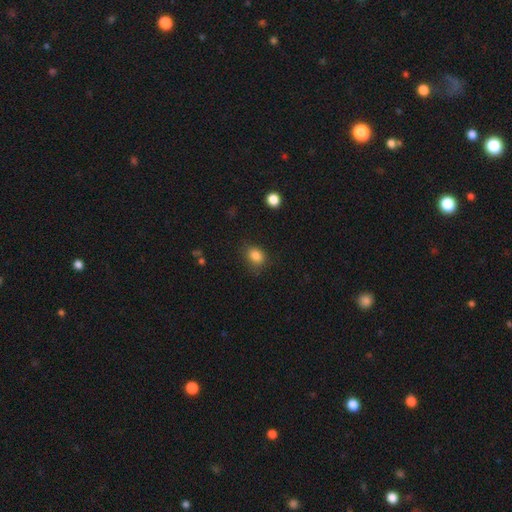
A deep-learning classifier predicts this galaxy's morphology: smooth_or_featured: smooth (p=0.85) [alt: star or artifact p=0.10]
how_rounded: in between (p=0.58) [alt: round p=0.41]
merging: none (p=0.76) [alt: minor disturbance p=0.17]